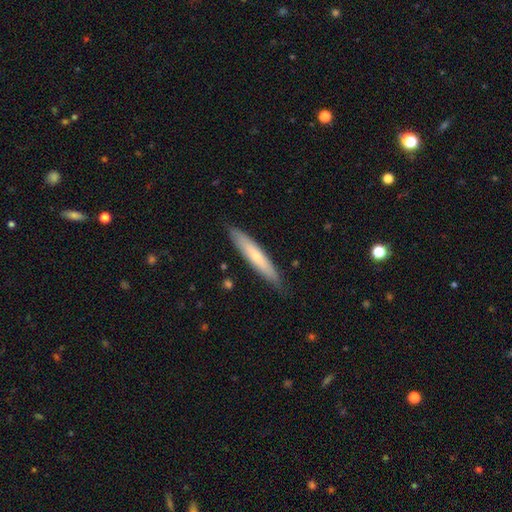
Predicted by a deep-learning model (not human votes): smooth 61%, featured or disk 34%, star or artifact 5%. Down the decision tree: how rounded — cigar-shaped (91%); merging — none (86%).